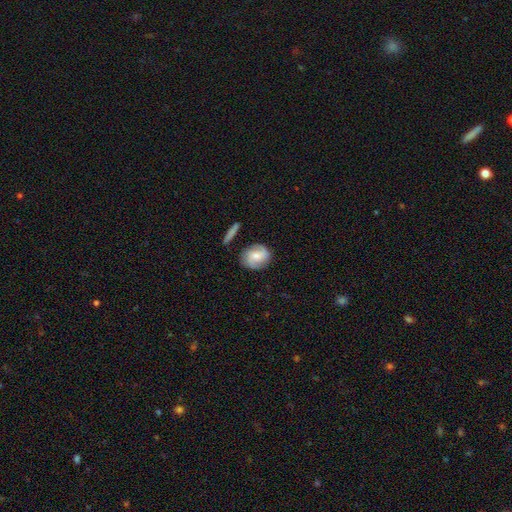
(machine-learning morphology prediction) featured or disk 50%, smooth 43%, star or artifact 7%. Down the decision tree: merging — none (75%).